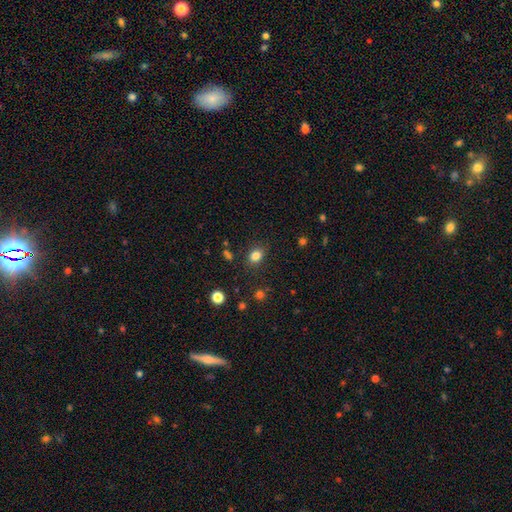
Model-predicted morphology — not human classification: smooth 83%, star or artifact 12%, featured or disk 5%. Down the decision tree: how rounded — in between (57%); merging — none (83%).